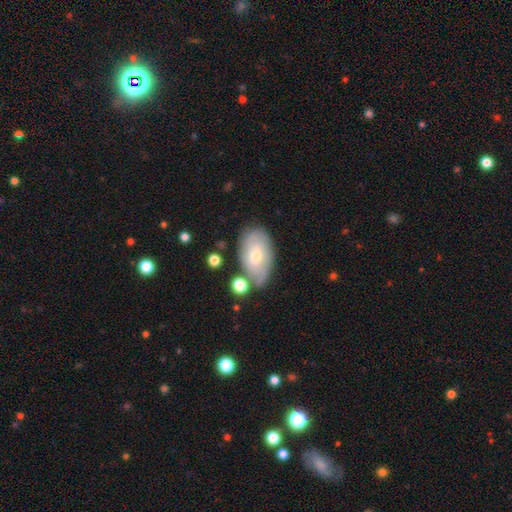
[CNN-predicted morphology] Overall: featured or disk (51%; smooth 42%). Edge-on disk: no (92%). Merging: none (65%).